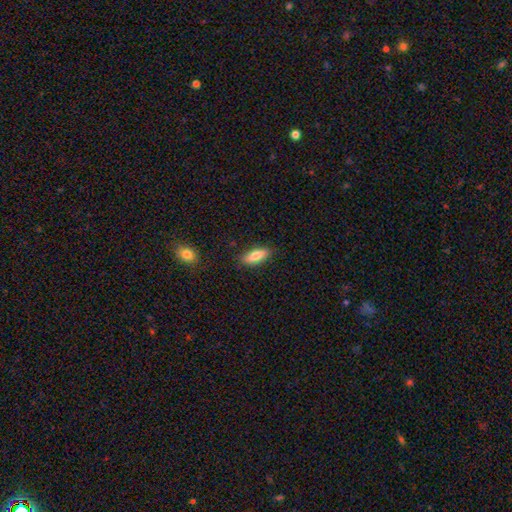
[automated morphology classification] A smooth galaxy with no disk features (80%) that is in between round and cigar-shaped (67%).

Vote fractions:
- Smooth or featured? smooth: 80% / featured or disk: 13% / star or artifact: 7%
- How rounded? in between: 67% / cigar-shaped: 31% / round: 2%
- Merging? none: 85% / minor disturbance: 11% / major disturbance: 2% / merger: 2%